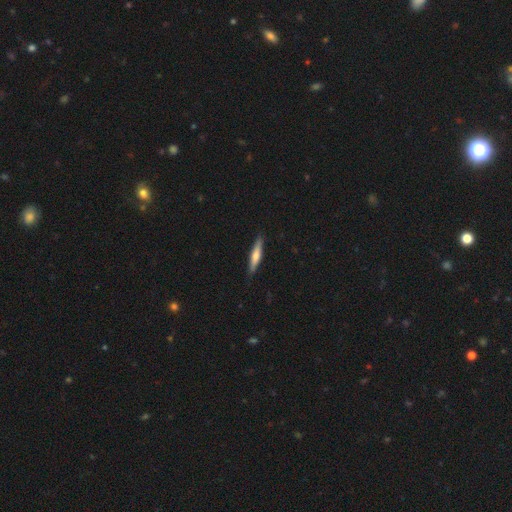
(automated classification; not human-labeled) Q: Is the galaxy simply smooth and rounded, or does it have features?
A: smooth — 52%.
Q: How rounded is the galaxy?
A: cigar-shaped — 88%.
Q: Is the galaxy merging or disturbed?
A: none — 89%.